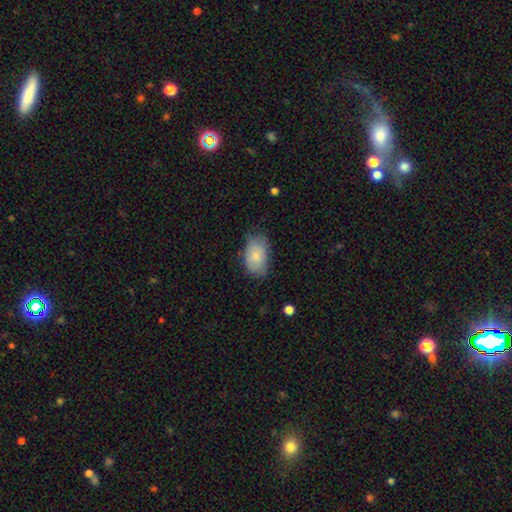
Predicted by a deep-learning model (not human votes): Morphology: type=smooth (79%); roundness=in between (90%); merging=none (63%).